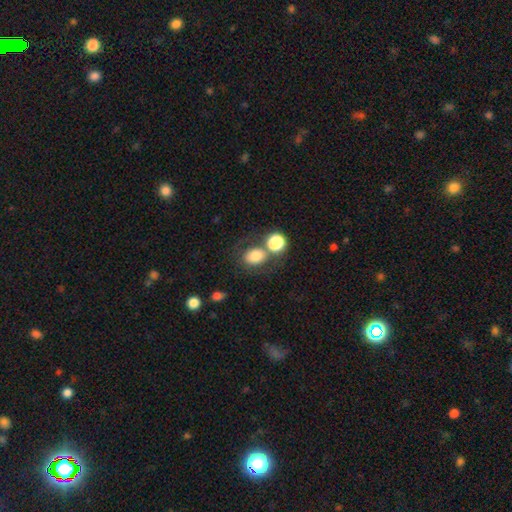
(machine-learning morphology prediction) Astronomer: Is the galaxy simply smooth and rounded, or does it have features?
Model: smooth — 77%.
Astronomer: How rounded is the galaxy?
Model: in between — 55% (runner-up: round, 44%).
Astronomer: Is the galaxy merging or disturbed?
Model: none — 48% (runner-up: merger, 31%).